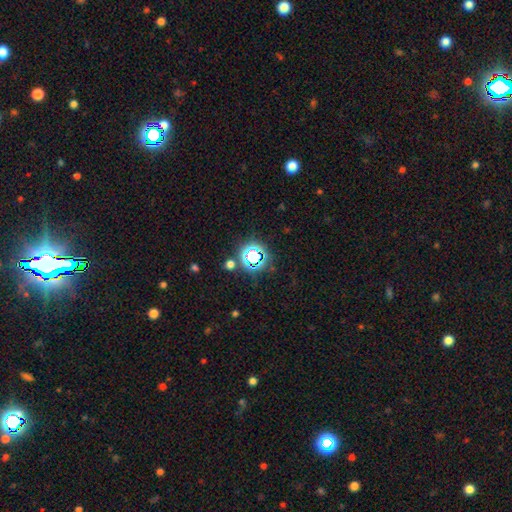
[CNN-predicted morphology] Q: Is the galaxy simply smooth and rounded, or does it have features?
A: star or artifact — 64%.